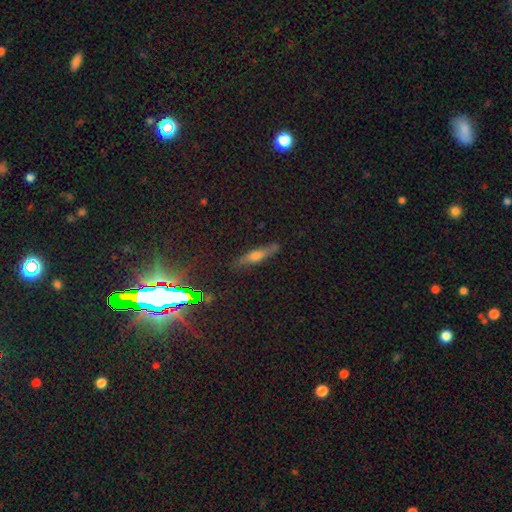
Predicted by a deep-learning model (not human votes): Smooth or featured? Predicted: featured or disk (p=0.46). Merging? Predicted: none (p=0.84).